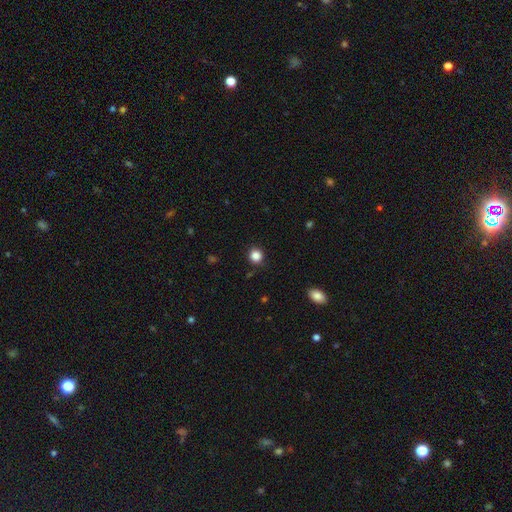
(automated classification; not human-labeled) smooth-or-featured: smooth: 85% | star or artifact: 12% | featured or disk: 3%
  how-rounded: round: 91% | in between: 8% | cigar-shaped: 1%
  merging: none: 90% | minor disturbance: 7% | major disturbance: 2% | merger: 1%